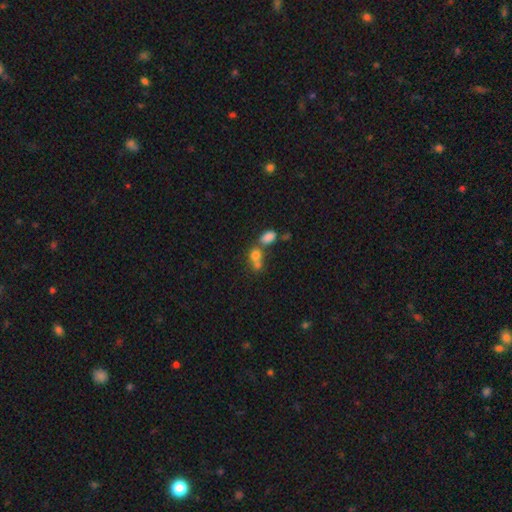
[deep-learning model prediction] A smooth galaxy with no disk features (74%) that is in between round and cigar-shaped (54%). Merging: merger (58%).